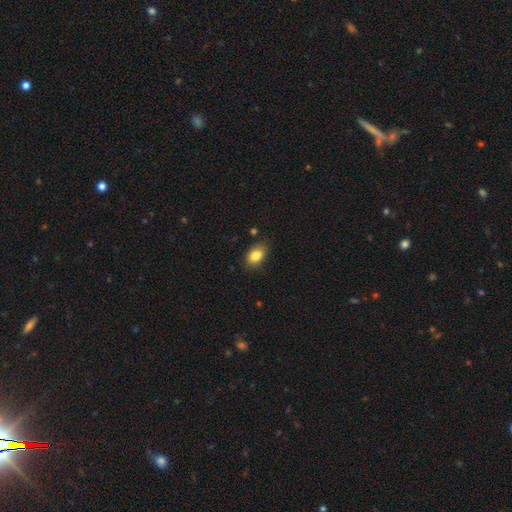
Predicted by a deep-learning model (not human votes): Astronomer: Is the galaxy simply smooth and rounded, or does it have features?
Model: smooth — 84%.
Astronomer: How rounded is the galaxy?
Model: in between — 85%.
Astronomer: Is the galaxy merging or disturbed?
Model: none — 80%.